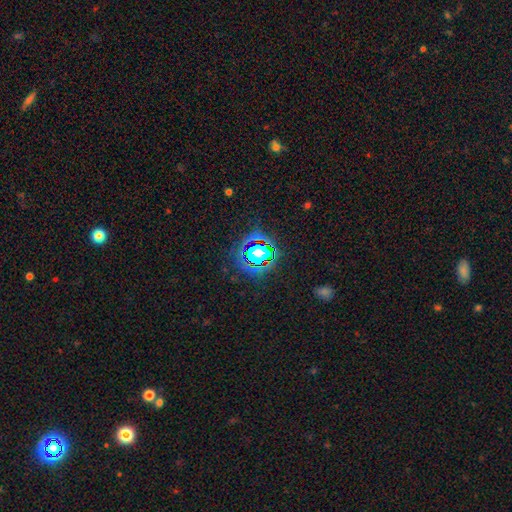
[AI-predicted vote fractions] smooth-or-featured: star or artifact: 69% | smooth: 19% | featured or disk: 12%